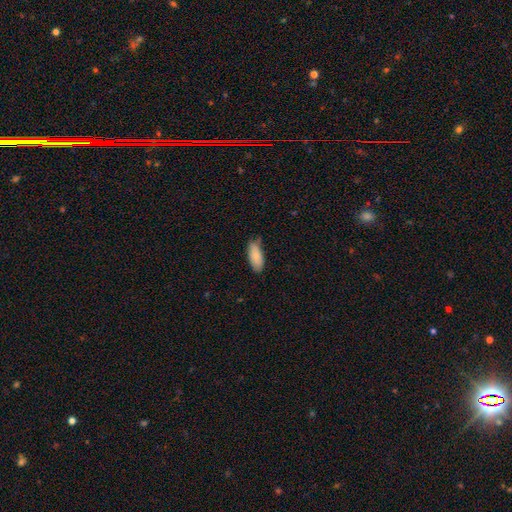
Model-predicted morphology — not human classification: A smooth galaxy with no disk features (86%) that is in between round and cigar-shaped (80%). Merging: none (73%).